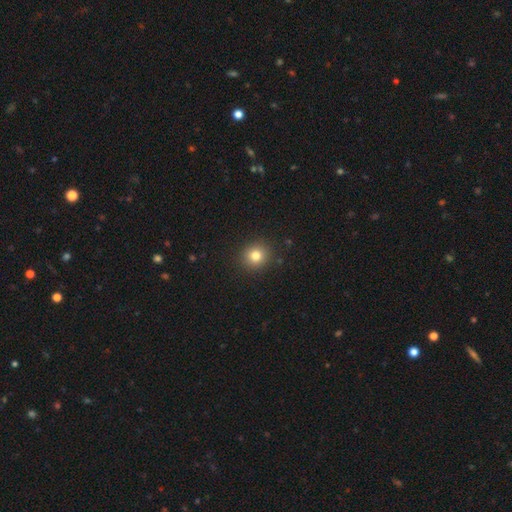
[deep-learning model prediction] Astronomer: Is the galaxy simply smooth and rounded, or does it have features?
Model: smooth — 79%.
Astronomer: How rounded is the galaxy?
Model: round — 88%.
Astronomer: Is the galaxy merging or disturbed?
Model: none — 91%.